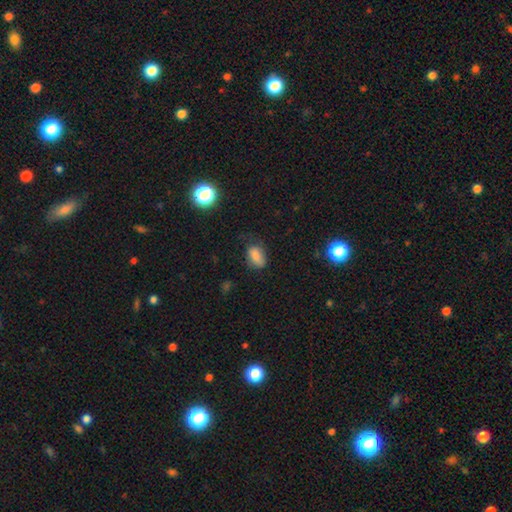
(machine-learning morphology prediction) Overall: smooth (81%). How rounded: in between (87%). Merging: none (56%; minor disturbance 30%).